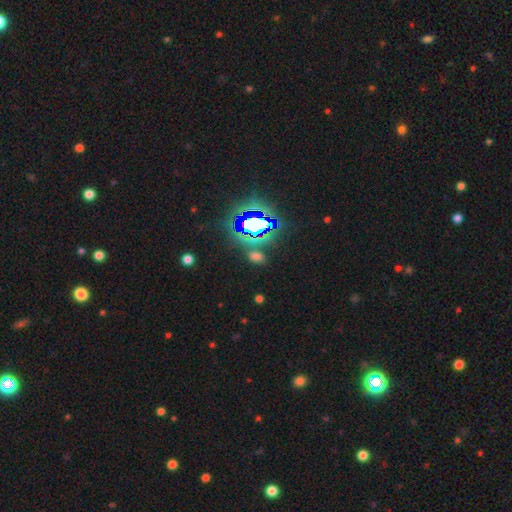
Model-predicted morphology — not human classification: A smooth galaxy with no disk features (46%, tied with star or artifact).

Vote fractions:
- Smooth or featured? smooth: 46% (tied) / star or artifact: 46% (tied) / featured or disk: 9%
- Merging? none: 76% / minor disturbance: 11% / merger: 7% / major disturbance: 5%